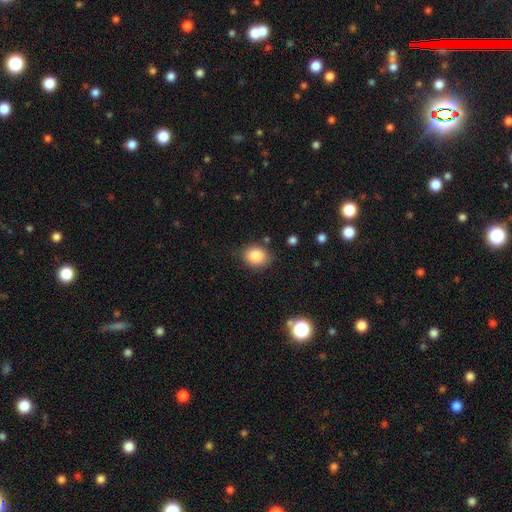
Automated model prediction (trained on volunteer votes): Smooth or featured? smooth (85%)
How rounded? round (55%)
Merging? none (80%)